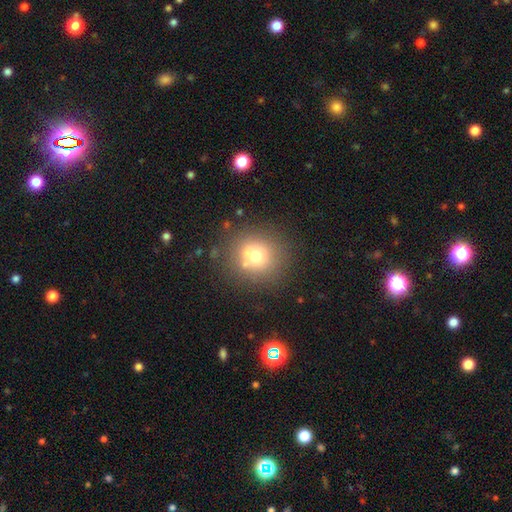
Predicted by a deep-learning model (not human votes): This appears to be a smooth galaxy with no disk features (68%) that is round (90%). Merging: none (74%).